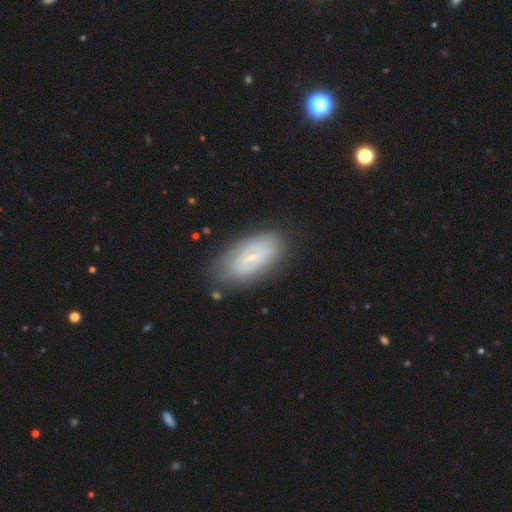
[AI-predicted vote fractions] Smooth or featured: featured or disk — 53% (smooth — 38%)
Edge-on disk: no — 90% (yes — 10%)
Merging: none — 81% (minor disturbance — 14%)